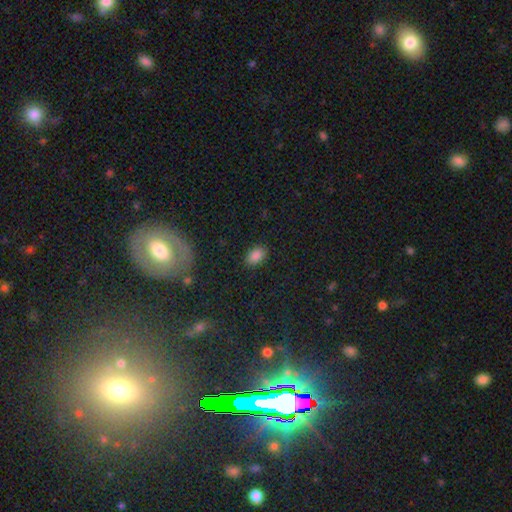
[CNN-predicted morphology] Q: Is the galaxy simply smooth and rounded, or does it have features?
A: smooth — 86%.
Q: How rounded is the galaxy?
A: in between — 87%.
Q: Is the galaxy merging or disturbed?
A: none — 87%.